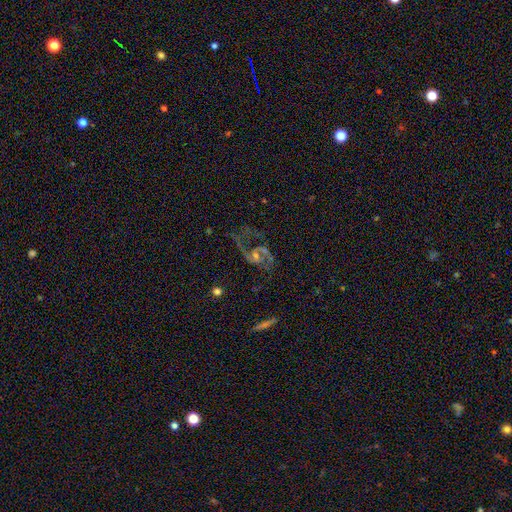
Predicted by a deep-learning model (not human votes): Smooth or featured? Predicted: featured or disk (p=0.79). Edge-on disk? Predicted: no (p=0.97). Bar? Predicted: no (p=0.54). Spiral arms? Predicted: yes (p=0.91). Spiral winding? Predicted: loose (p=0.46). Spiral arm count? Predicted: 2 (p=0.83). Bulge size? Predicted: small (p=0.50). Merging? Predicted: none (p=0.52).